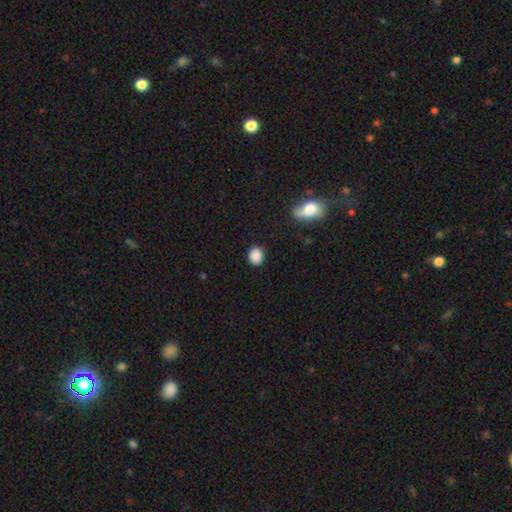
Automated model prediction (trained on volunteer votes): Smooth or featured? smooth (87%)
How rounded? round (59%)
Merging? none (85%)